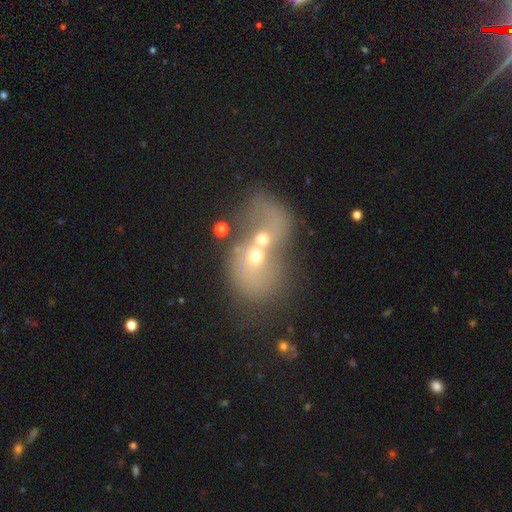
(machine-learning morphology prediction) A featured or disk galaxy (41%, tied with smooth). Merging: merger (81%).